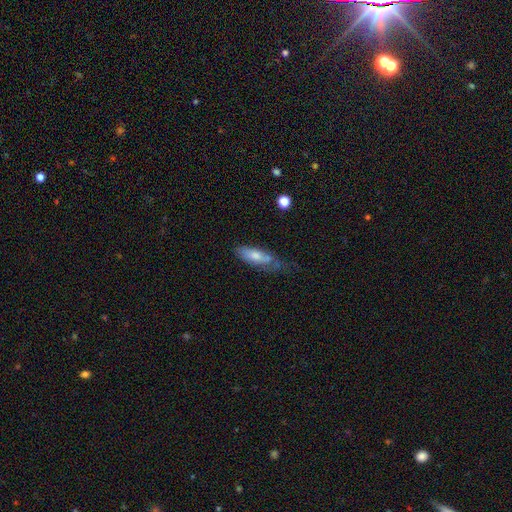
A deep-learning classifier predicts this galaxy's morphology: A smooth galaxy with no disk features (67%) that is in between round and cigar-shaped (63%). Merging: none (38%).